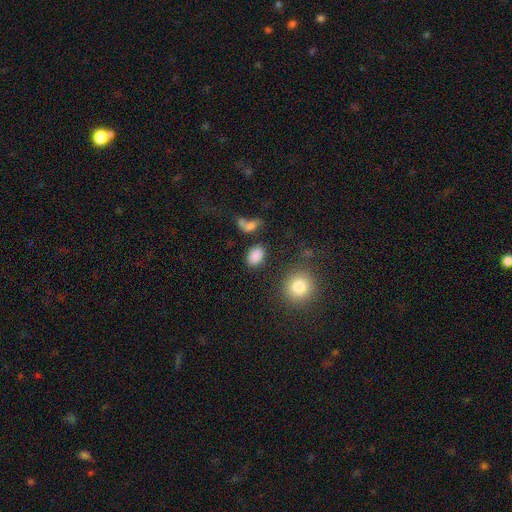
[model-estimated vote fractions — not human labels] Q: Smooth or featured?
A: smooth (85%); runner-up: star or artifact (10%)
Q: How rounded?
A: in between (84%); runner-up: round (14%)
Q: Merging?
A: none (78%); runner-up: minor disturbance (11%)